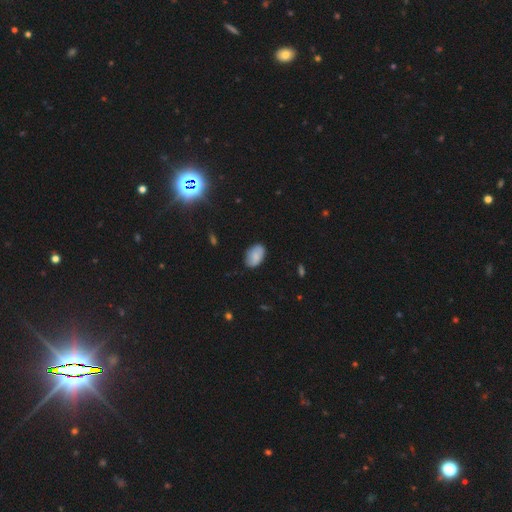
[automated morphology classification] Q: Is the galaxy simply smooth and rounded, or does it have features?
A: smooth — 76%.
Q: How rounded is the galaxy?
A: in between — 90%.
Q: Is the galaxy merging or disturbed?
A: none — 79%.